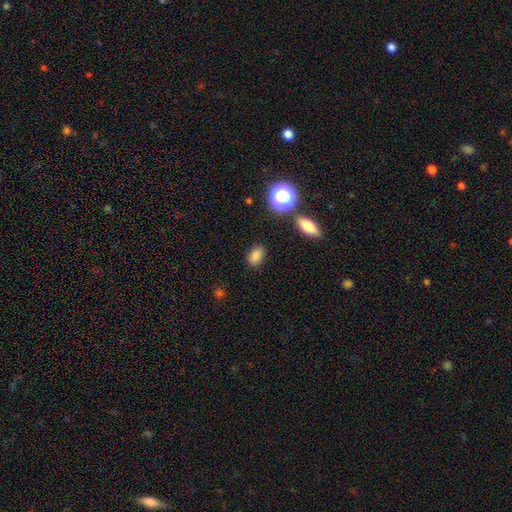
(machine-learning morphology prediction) A smooth galaxy with no disk features (83%) that is in between round and cigar-shaped (83%).

Vote fractions:
- Smooth or featured? smooth: 83% / star or artifact: 12% / featured or disk: 5%
- How rounded? in between: 83% / round: 15% / cigar-shaped: 2%
- Merging? none: 83% / minor disturbance: 11% / major disturbance: 3% / merger: 3%